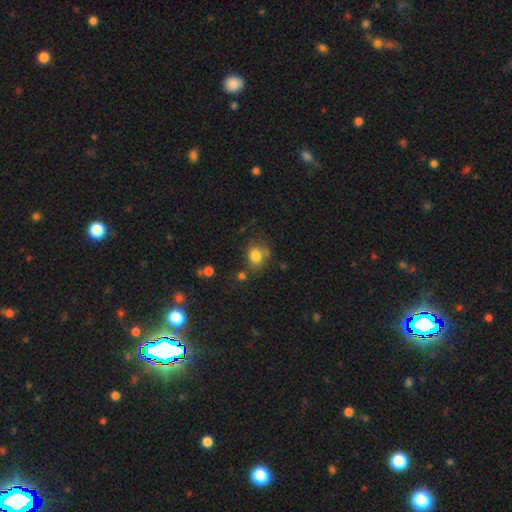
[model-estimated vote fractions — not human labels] Smooth or featured?
  - smooth: 80% *
  - star or artifact: 11%
  - featured or disk: 8%
How rounded?
  - round: 70% *
  - in between: 30%
  - cigar-shaped: 1%
Merging?
  - none: 62% *
  - minor disturbance: 19%
  - merger: 11%
  - major disturbance: 8%